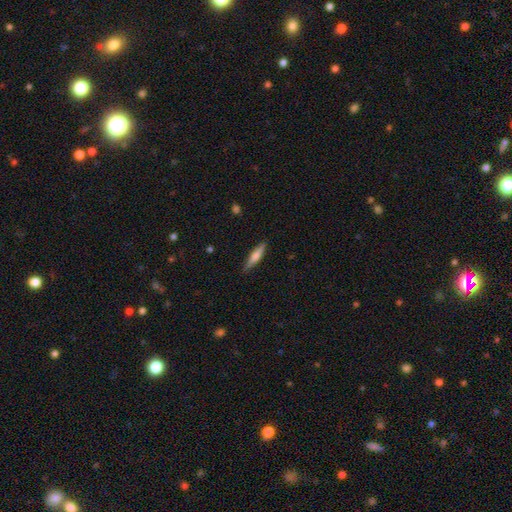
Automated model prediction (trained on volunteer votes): This appears to be a smooth galaxy with no disk features (59%) that is cigar-shaped (82%). Merging: none (87%).